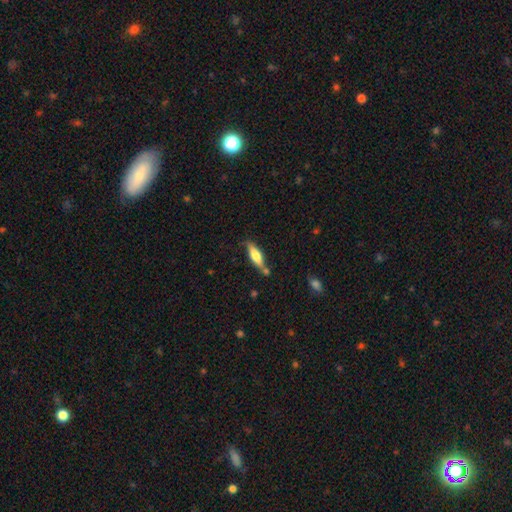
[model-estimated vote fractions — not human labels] smooth 55%, featured or disk 39%, star or artifact 6%. Down the decision tree: how rounded — cigar-shaped (57%); merging — none (67%).